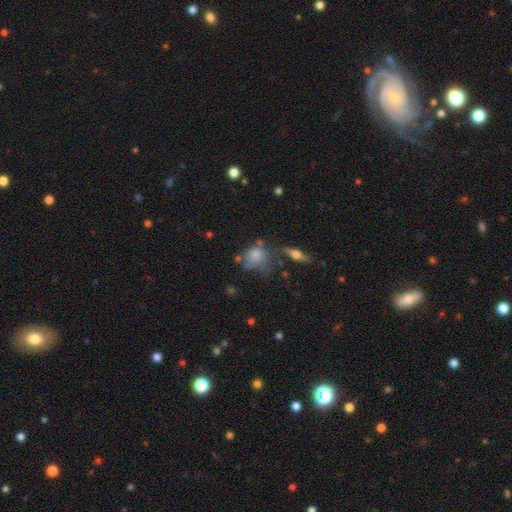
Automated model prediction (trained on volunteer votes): A smooth galaxy with no disk features (70%) that is round (61%).

Vote fractions:
- Smooth or featured? smooth: 70% / featured or disk: 19% / star or artifact: 11%
- How rounded? round: 61% / in between: 36% / cigar-shaped: 3%
- Merging? none: 43% / minor disturbance: 26% / major disturbance: 16% / merger: 15%